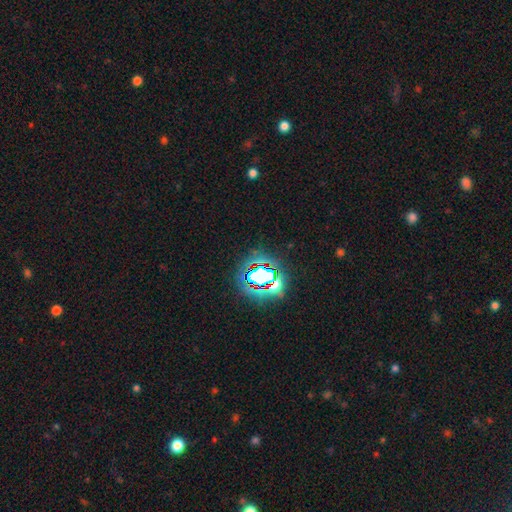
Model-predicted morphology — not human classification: This is likely a star or artifact rather than a galaxy (80%).